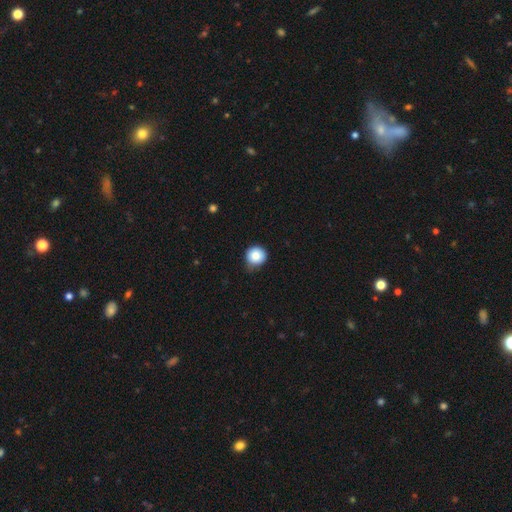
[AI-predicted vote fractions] Overall: smooth (85%). How rounded: round (93%). Merging: none (71%).